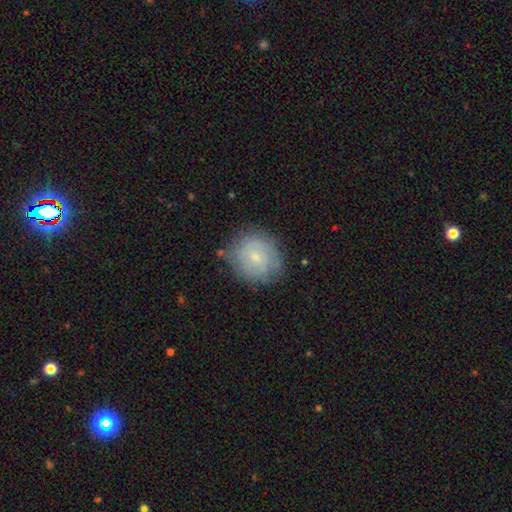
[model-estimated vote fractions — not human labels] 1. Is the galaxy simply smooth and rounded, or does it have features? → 50% smooth, 40% featured or disk, 9% star or artifact.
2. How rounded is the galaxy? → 84% round, 15% in between, 1% cigar-shaped.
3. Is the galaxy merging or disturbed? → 77% none, 17% minor disturbance, 5% major disturbance, 2% merger.